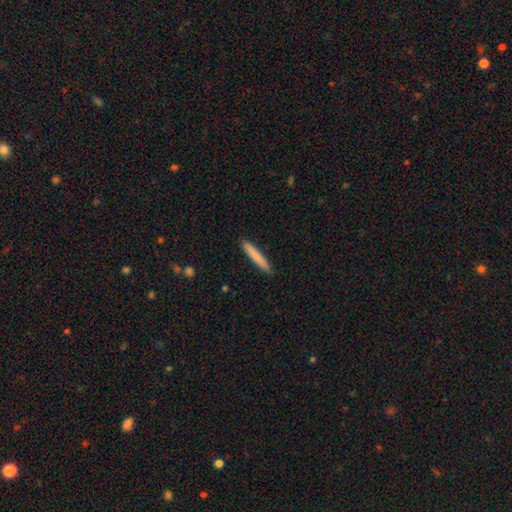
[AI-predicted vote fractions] Q: Smooth or featured?
A: smooth (80%); runner-up: featured or disk (14%)
Q: How rounded?
A: cigar-shaped (96%); runner-up: in between (3%)
Q: Merging?
A: none (91%); runner-up: minor disturbance (6%)